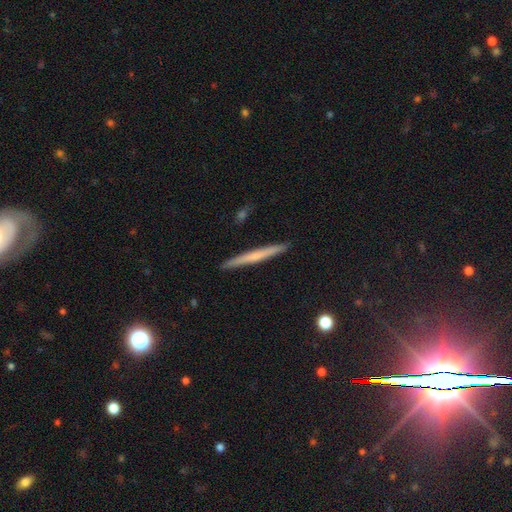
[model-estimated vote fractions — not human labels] Overall: smooth (49%; featured or disk 45%). Merging: none (91%).